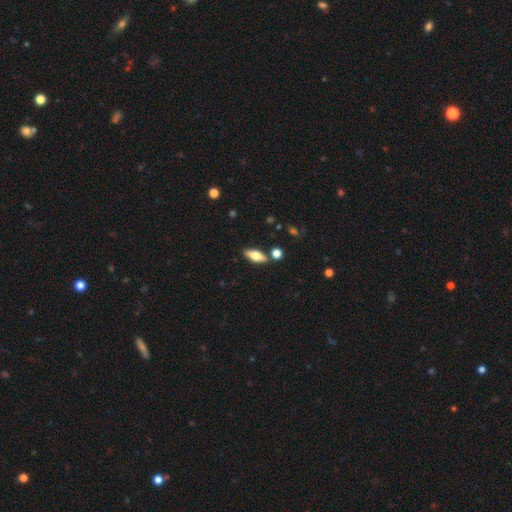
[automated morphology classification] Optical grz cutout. It shows a smooth galaxy with no disk features (64%) that is in between round and cigar-shaped (72%). Merging: none (80%).